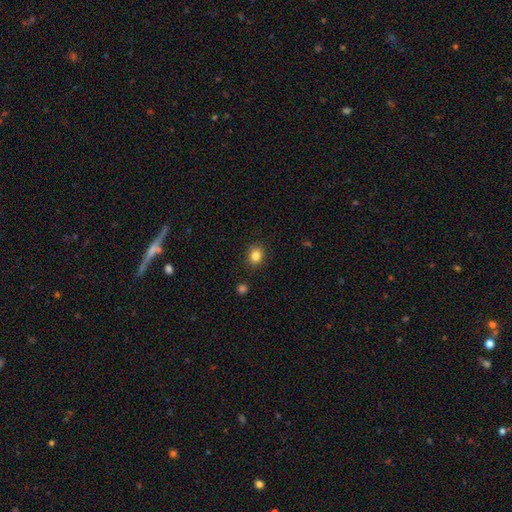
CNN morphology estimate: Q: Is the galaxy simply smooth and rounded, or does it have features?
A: smooth — 84%.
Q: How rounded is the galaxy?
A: round — 70%.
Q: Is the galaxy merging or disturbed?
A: none — 89%.